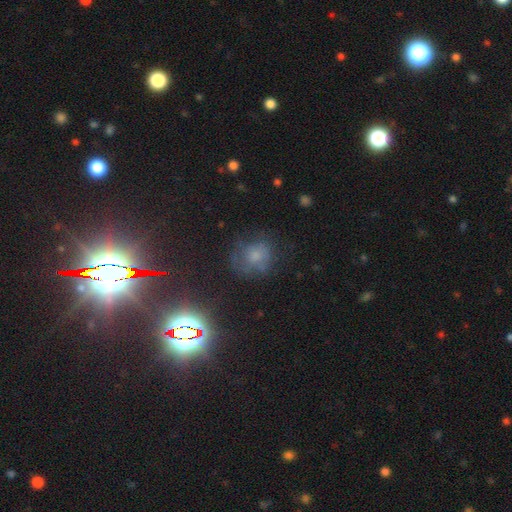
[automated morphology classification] smooth-or-featured: smooth: 50% | star or artifact: 28% | featured or disk: 22%
  merging: none: 58% | minor disturbance: 23% | major disturbance: 17% | merger: 3%